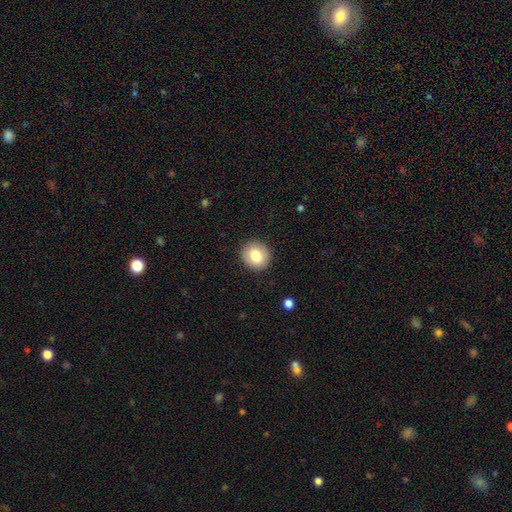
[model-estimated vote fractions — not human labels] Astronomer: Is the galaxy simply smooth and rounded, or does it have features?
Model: smooth — 79%.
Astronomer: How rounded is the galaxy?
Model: round — 85%.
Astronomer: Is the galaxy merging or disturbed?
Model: none — 90%.